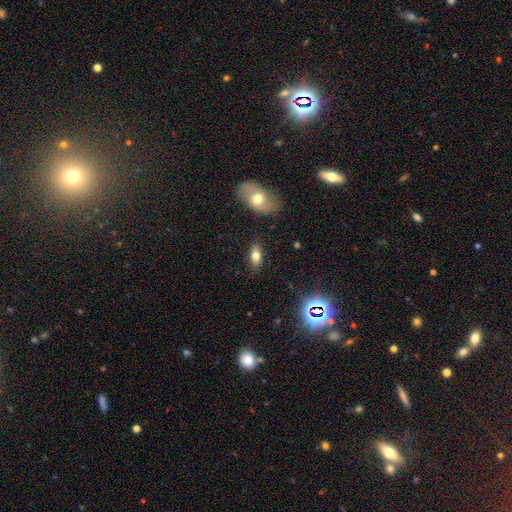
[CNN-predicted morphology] smooth_or_featured: smooth (p=0.74) [alt: featured or disk p=0.16]
how_rounded: in between (p=0.86) [alt: cigar-shaped p=0.07]
merging: none (p=0.84) [alt: minor disturbance p=0.11]